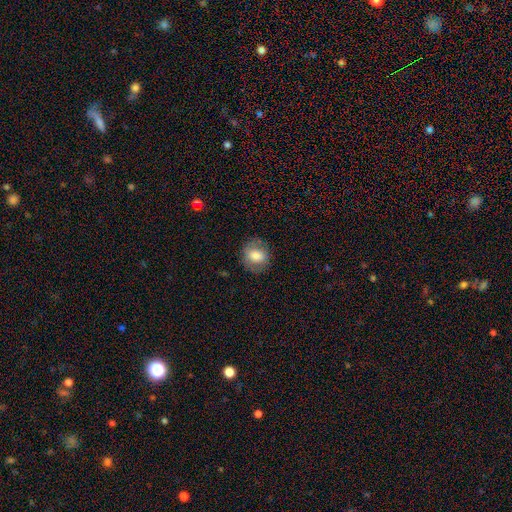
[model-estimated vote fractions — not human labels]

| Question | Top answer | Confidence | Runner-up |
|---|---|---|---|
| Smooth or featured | smooth | 70% | featured or disk (22%) |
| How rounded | round | 71% | in between (28%) |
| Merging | none | 79% | minor disturbance (14%) |